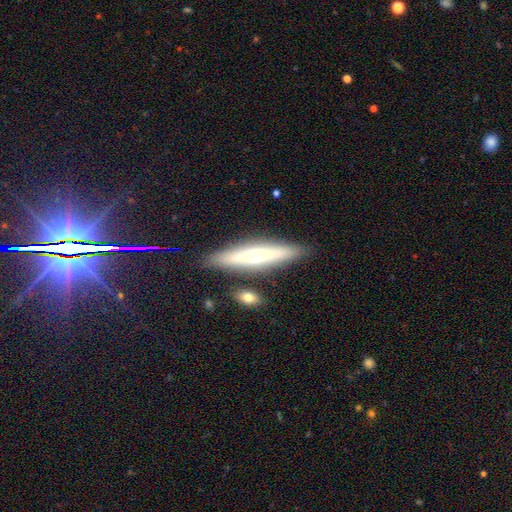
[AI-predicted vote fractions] Morphology: type=featured or disk (49%); merging=none (83%).